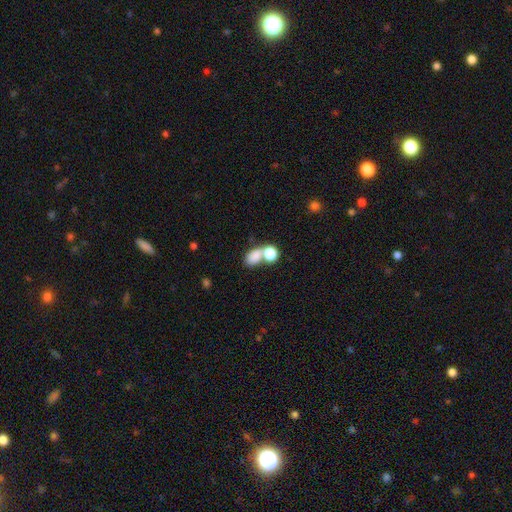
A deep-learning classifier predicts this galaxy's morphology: This is likely a smooth galaxy (80%). How rounded: likely in between (75%). Merging: possibly merger (54%).